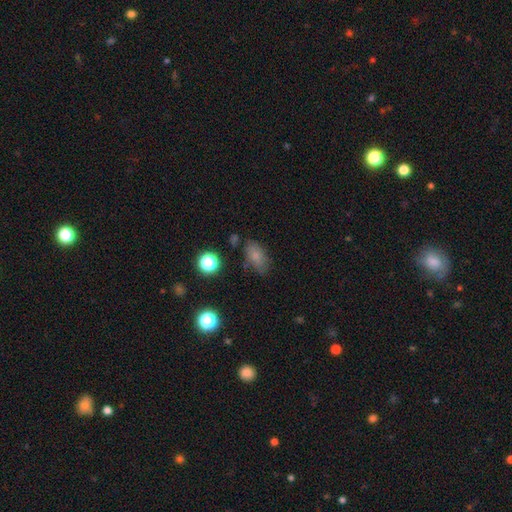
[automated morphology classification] smooth-or-featured: smooth: 76% | star or artifact: 13% | featured or disk: 12%
  how-rounded: in between: 87% | round: 9% | cigar-shaped: 4%
  merging: none: 69% | minor disturbance: 21% | major disturbance: 6% | merger: 4%